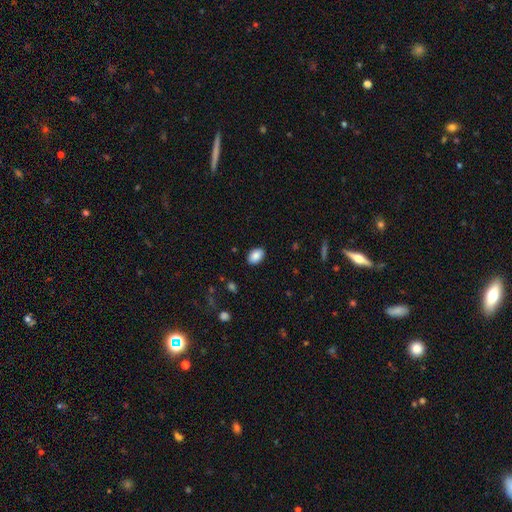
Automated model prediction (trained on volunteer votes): smooth_or_featured: smooth (p=0.88) [alt: star or artifact p=0.07]
how_rounded: in between (p=0.89) [alt: round p=0.10]
merging: none (p=0.88) [alt: minor disturbance p=0.09]